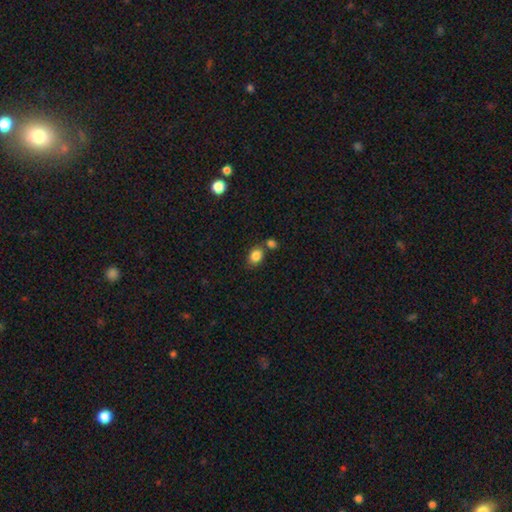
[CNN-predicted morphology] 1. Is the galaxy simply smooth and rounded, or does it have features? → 85% smooth, 9% star or artifact, 5% featured or disk.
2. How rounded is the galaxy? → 65% in between, 33% round, 1% cigar-shaped.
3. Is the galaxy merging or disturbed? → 62% none, 22% merger, 13% minor disturbance, 4% major disturbance.